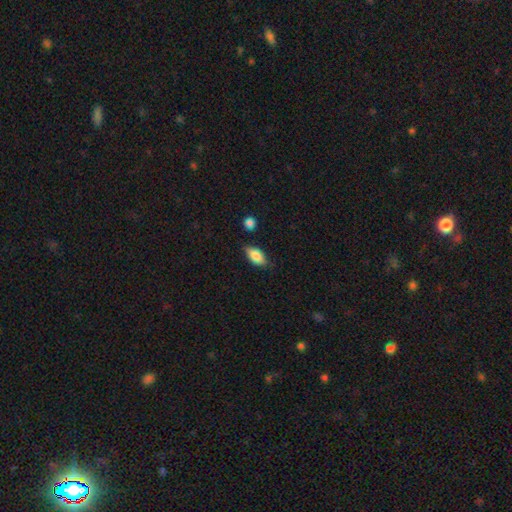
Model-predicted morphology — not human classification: Overall: smooth (82%). How rounded: in between (88%). Merging: none (75%).